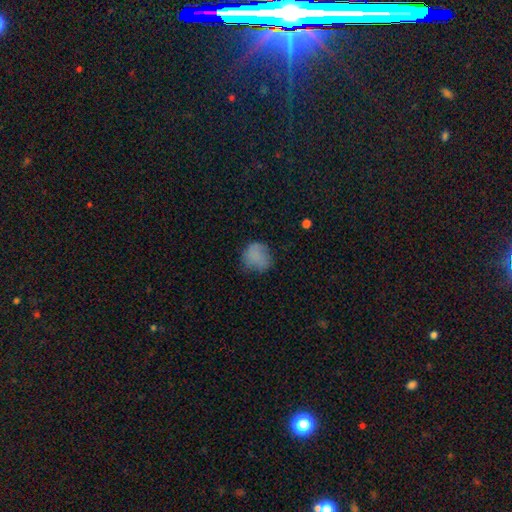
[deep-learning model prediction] The model was most divided on "merging": none: 58%, minor disturbance: 28%, major disturbance: 12%, merger: 2%. More confident: how rounded — round (79%); smooth or featured — smooth (78%).